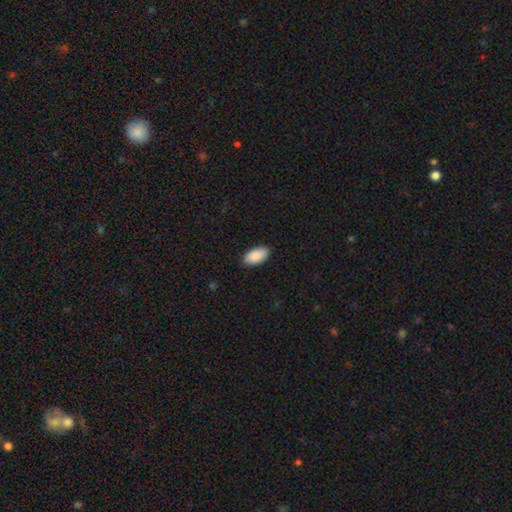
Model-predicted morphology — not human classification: smooth-or-featured: smooth: 90% | star or artifact: 6% | featured or disk: 4%
  how-rounded: in between: 95% | cigar-shaped: 2% | round: 2%
  merging: none: 86% | minor disturbance: 11% | major disturbance: 2% | merger: 1%